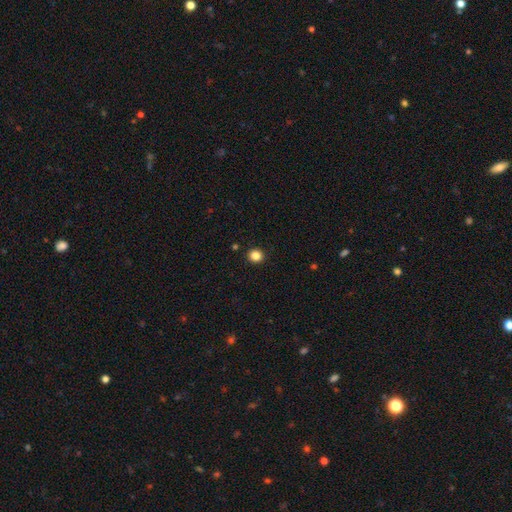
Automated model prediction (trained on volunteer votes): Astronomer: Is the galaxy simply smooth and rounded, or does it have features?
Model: smooth — 86%.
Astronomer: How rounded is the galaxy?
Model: round — 86%.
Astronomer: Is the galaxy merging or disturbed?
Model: none — 93%.